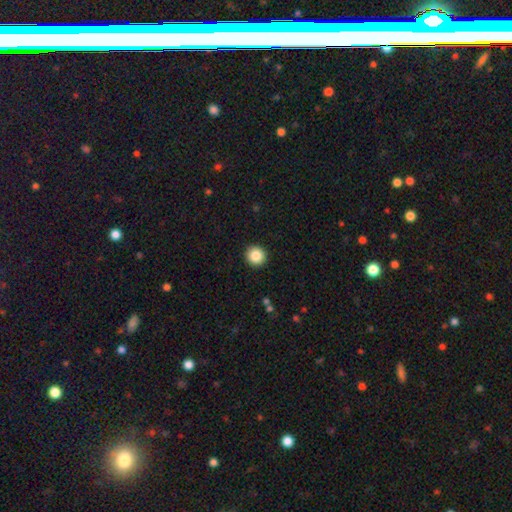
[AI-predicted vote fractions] Smooth or featured? smooth (86%)
How rounded? round (95%)
Merging? none (93%)